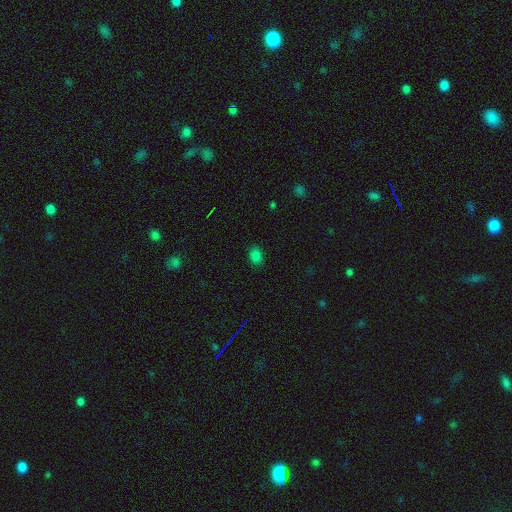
Smooth or featured: smooth — 87% (featured or disk — 8%)
How rounded: in between — 70% (round — 30%)
Merging: none — 75% (minor disturbance — 19%)